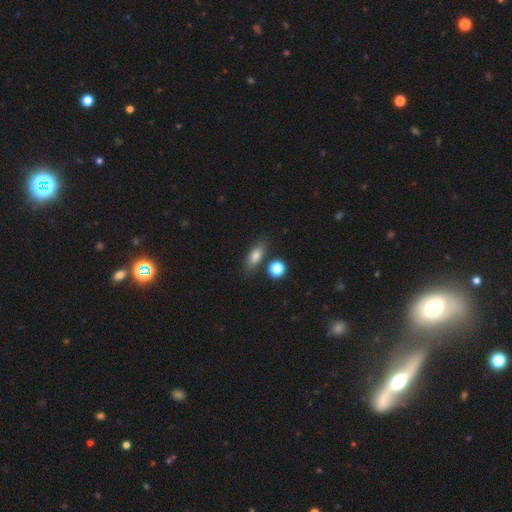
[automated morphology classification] This is likely a smooth galaxy (78%). How rounded: likely in between (69%). Merging: likely none (76%).